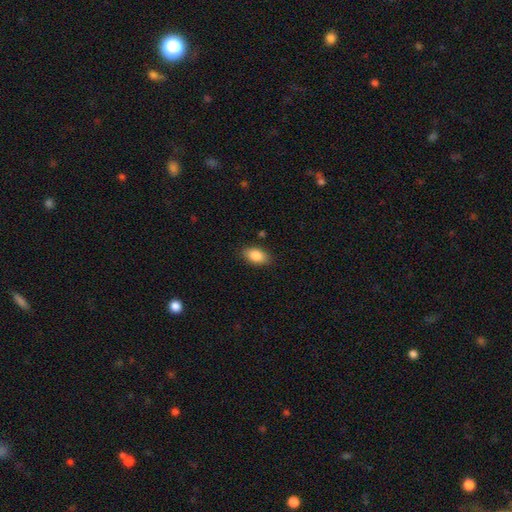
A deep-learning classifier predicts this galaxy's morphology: The model was most divided on "merging": none: 87%, minor disturbance: 10%, major disturbance: 2%, merger: 1%. More confident: how rounded — in between (91%); smooth or featured — smooth (85%).